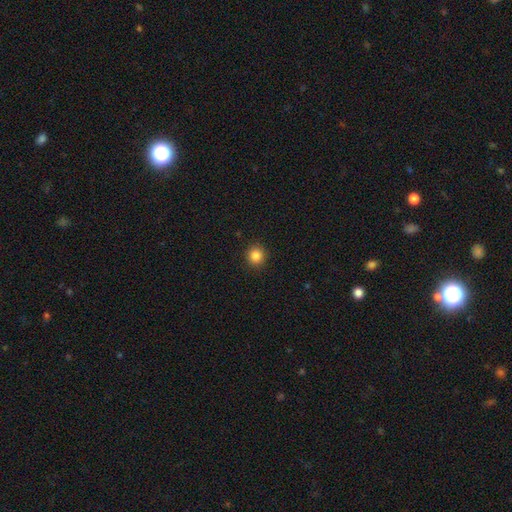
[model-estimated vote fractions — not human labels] Morphology: type=smooth (85%); roundness=round (93%); merging=none (92%).